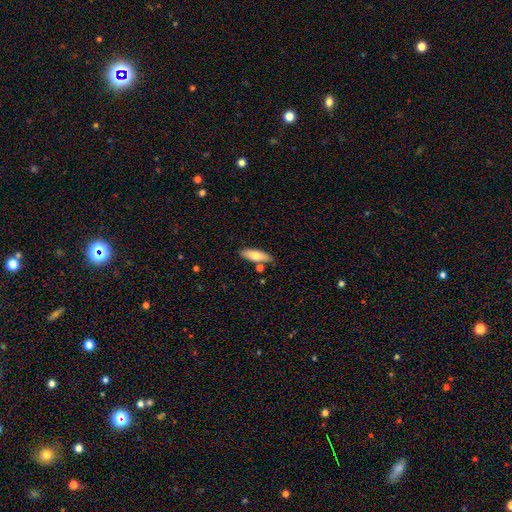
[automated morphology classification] This appears to be a smooth galaxy with no disk features (74%) that is in between round and cigar-shaped (61%). Merging: none (79%).